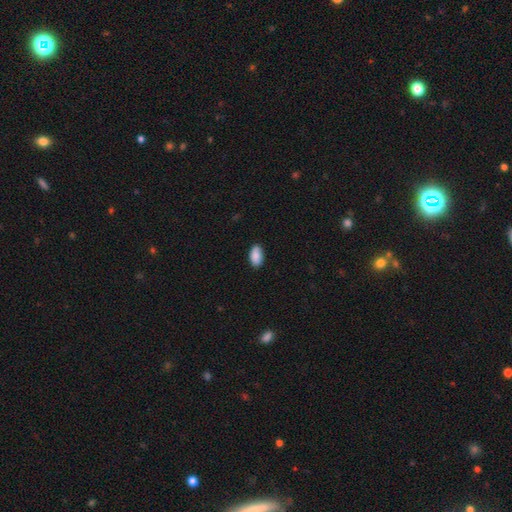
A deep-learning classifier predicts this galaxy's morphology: This appears to be a smooth galaxy with no disk features (89%) that is in between round and cigar-shaped (94%). Merging: none (86%).